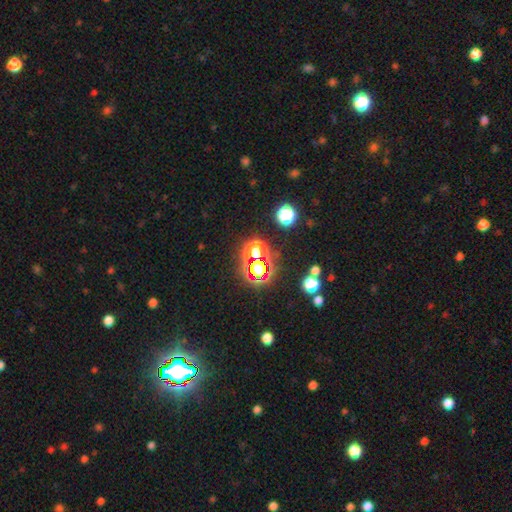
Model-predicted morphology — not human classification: star or artifact 59%, smooth 30%, featured or disk 12%.